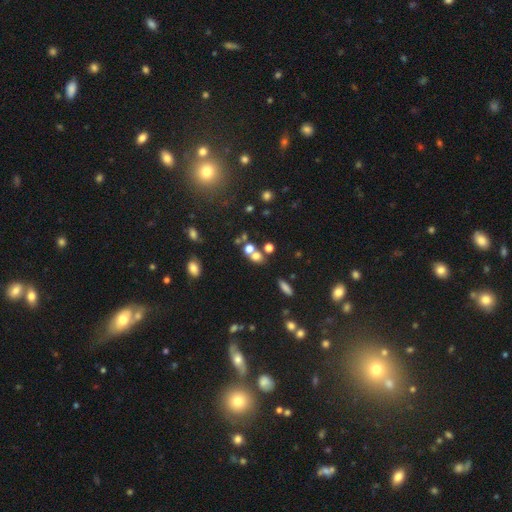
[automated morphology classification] smooth_or_featured: smooth (p=0.66) [alt: star or artifact p=0.21]
how_rounded: round (p=0.63) [alt: in between p=0.34]
merging: none (p=0.44) [alt: merger p=0.41]